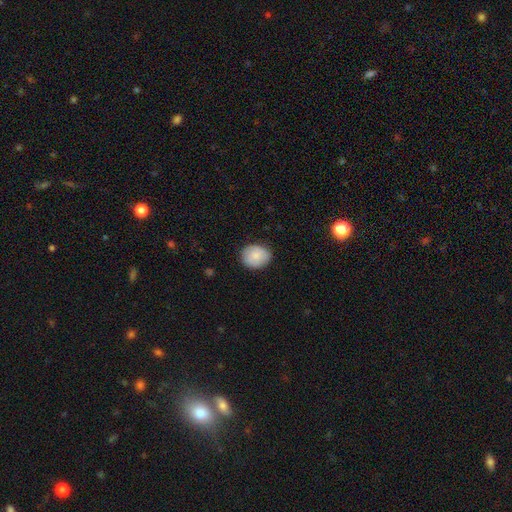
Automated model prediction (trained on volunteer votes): Morphology: type=smooth (83%); roundness=round (63%); merging=none (84%).